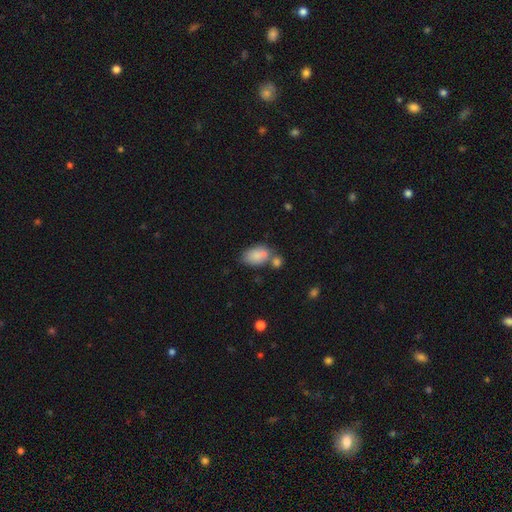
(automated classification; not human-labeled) Smooth or featured: smooth — 81% (featured or disk — 11%)
How rounded: in between — 89% (round — 10%)
Merging: none — 45% (merger — 32%)